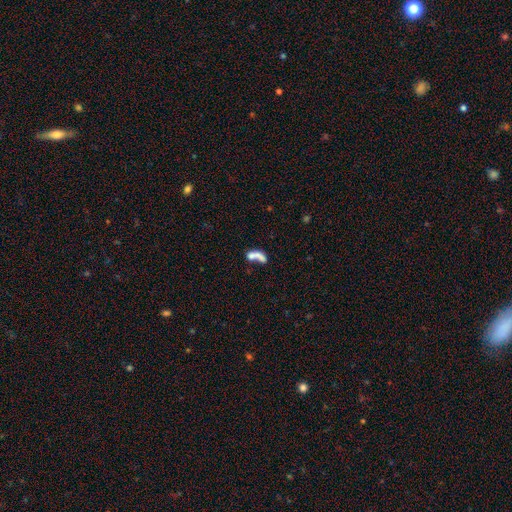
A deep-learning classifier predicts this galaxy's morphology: Smooth or featured? smooth (60%)
How rounded? in between (60%)
Merging? merger (53%)